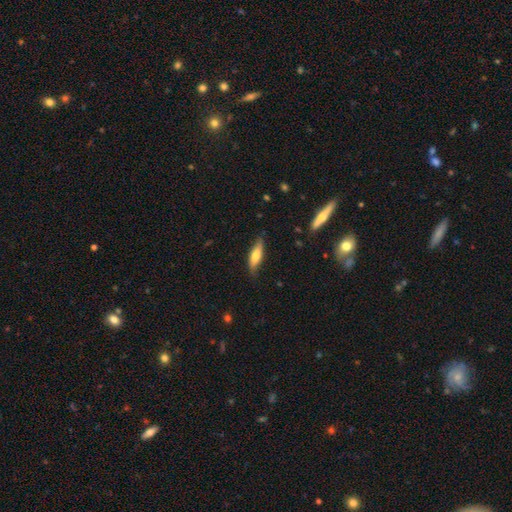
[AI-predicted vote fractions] Smooth or featured: smooth — 67% (featured or disk — 27%)
How rounded: cigar-shaped — 60% (in between — 38%)
Merging: none — 76% (minor disturbance — 20%)